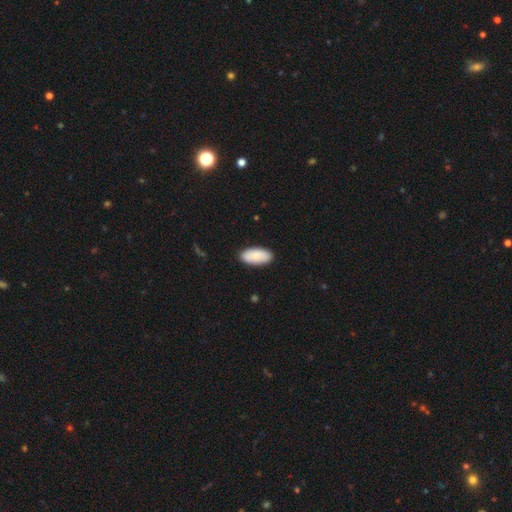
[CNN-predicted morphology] A smooth galaxy with no disk features (86%) that is in between round and cigar-shaped (93%). Merging: none (88%).